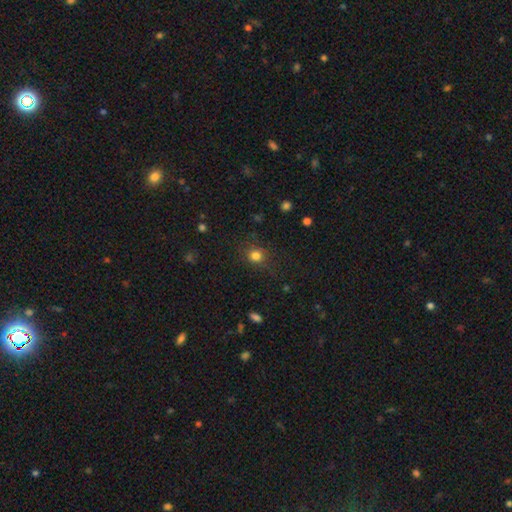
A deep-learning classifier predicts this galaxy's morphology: This is clearly a smooth galaxy (81%). How rounded: clearly round (85%). Merging: clearly none (83%).